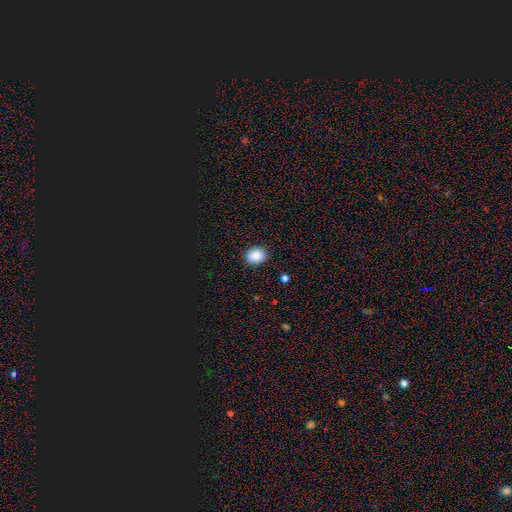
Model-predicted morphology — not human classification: Smooth or featured? smooth (85%)
How rounded? round (66%)
Merging? none (89%)